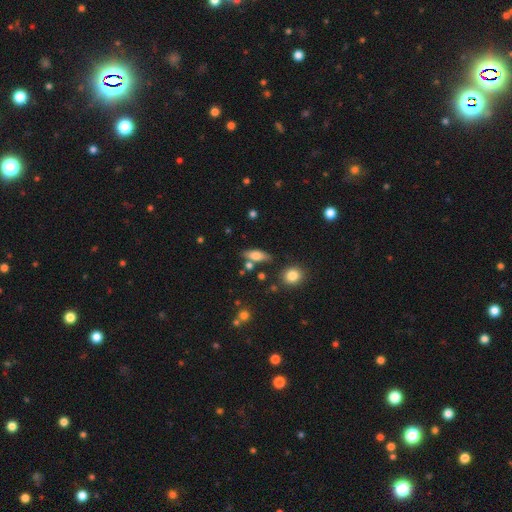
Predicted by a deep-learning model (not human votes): Q: Smooth or featured?
A: smooth (68%); runner-up: featured or disk (23%)
Q: How rounded?
A: in between (68%); runner-up: cigar-shaped (28%)
Q: Merging?
A: none (73%); runner-up: minor disturbance (14%)